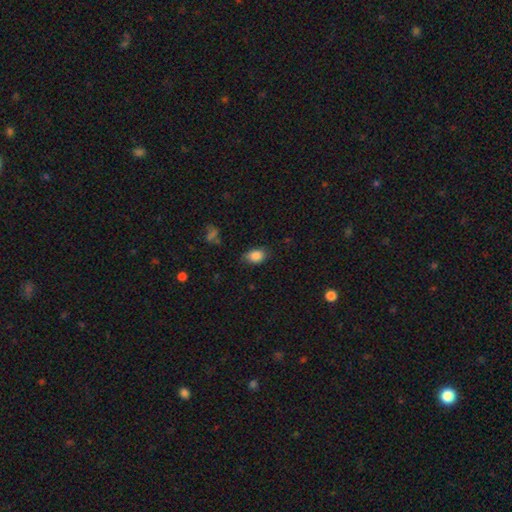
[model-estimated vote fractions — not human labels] Morphology: type=smooth (86%); roundness=in between (79%); merging=none (74%).